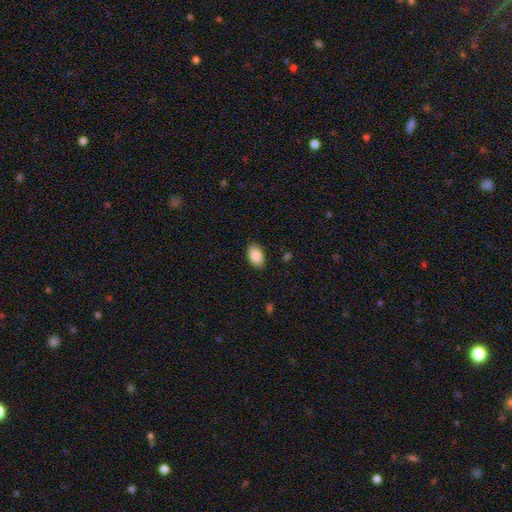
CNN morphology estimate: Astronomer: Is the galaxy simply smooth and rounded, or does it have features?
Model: smooth — 89%.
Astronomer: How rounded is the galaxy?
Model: in between — 92%.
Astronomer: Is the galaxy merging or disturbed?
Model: none — 87%.